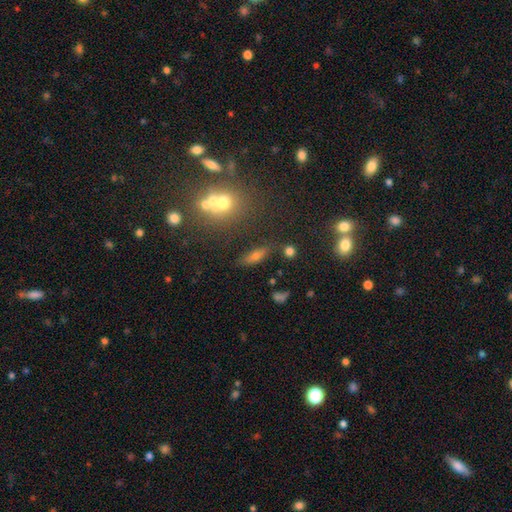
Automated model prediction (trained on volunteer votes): Overall: smooth (58%; featured or disk 25%). How rounded: in between (46%; cigar-shaped 45%). Merging: none (77%).